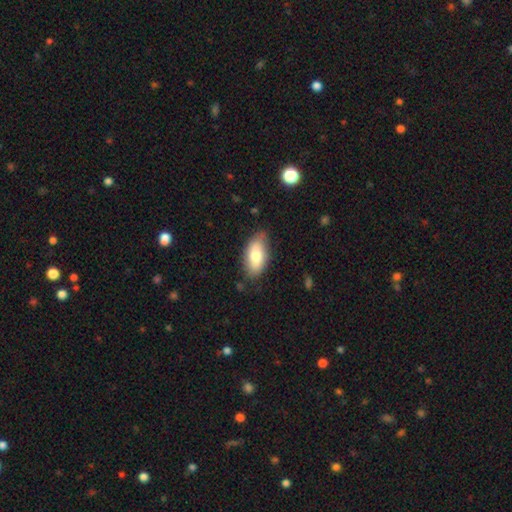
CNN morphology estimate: smooth_or_featured: smooth (p=0.75) [alt: featured or disk p=0.18]
how_rounded: in between (p=0.93) [alt: cigar-shaped p=0.04]
merging: none (p=0.76) [alt: minor disturbance p=0.19]